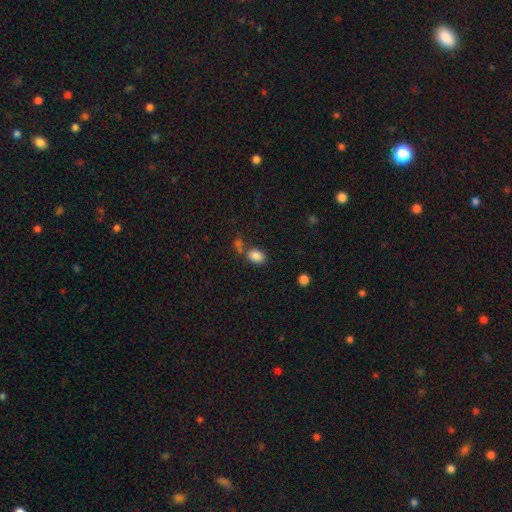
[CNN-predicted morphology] Smooth or featured?
  - smooth: 85% *
  - star or artifact: 10%
  - featured or disk: 5%
How rounded?
  - in between: 76% *
  - round: 23%
  - cigar-shaped: 1%
Merging?
  - none: 59% *
  - merger: 23%
  - minor disturbance: 14%
  - major disturbance: 5%